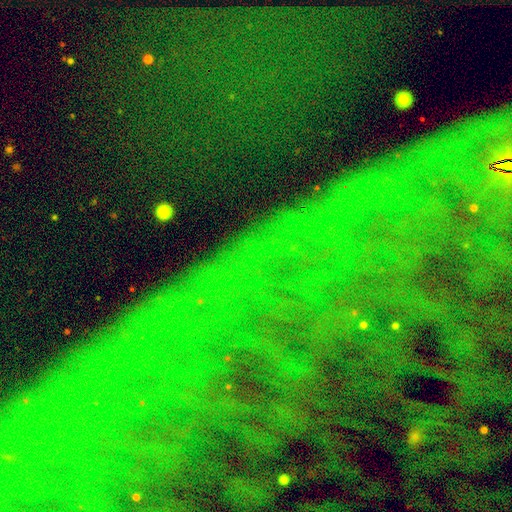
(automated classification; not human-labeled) smooth_or_featured: star or artifact (p=0.84) [alt: featured or disk p=0.08]